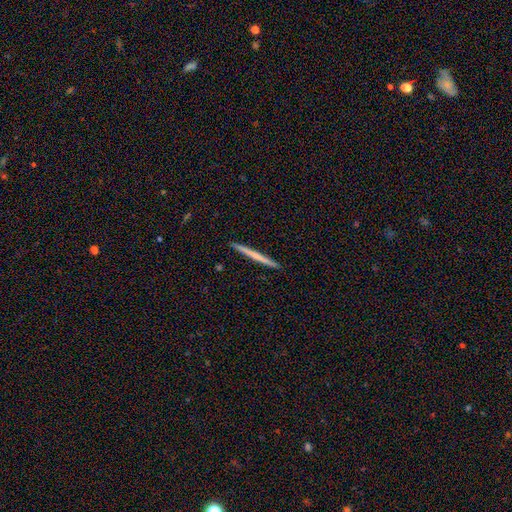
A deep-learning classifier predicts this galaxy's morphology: Smooth or featured?
  - smooth: 51% *
  - featured or disk: 44%
  - star or artifact: 5%
How rounded?
  - cigar-shaped: 97% *
  - in between: 2%
  - round: 1%
Merging?
  - none: 93% *
  - minor disturbance: 5%
  - major disturbance: 1%
  - merger: 1%